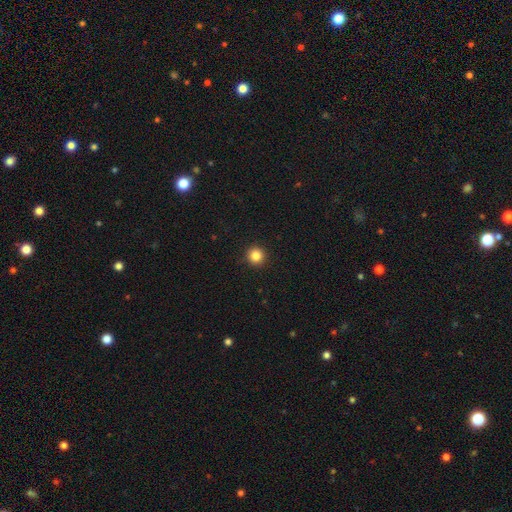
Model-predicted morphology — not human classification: smooth-or-featured: smooth: 85% | star or artifact: 11% | featured or disk: 4%
  how-rounded: round: 96% | in between: 3% | cigar-shaped: 1%
  merging: none: 93% | minor disturbance: 4% | major disturbance: 2% | merger: 1%